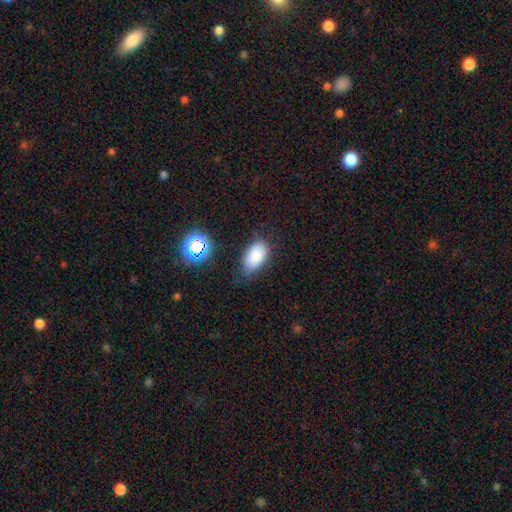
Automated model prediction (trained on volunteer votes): Morphology: type=smooth (83%); roundness=in between (92%); merging=none (69%).